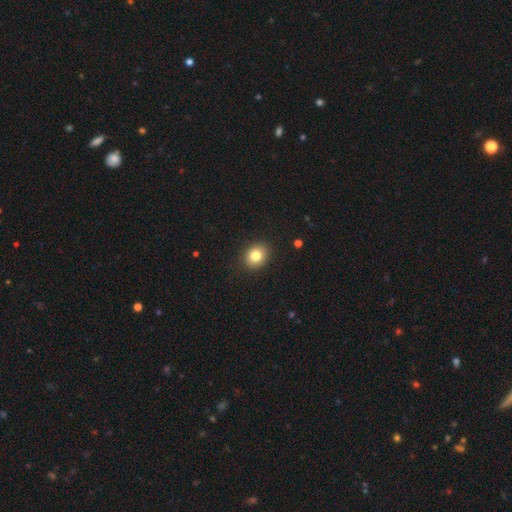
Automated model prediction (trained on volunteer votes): Smooth or featured? Predicted: smooth (p=0.81). How rounded? Predicted: round (p=0.64). Merging? Predicted: none (p=0.90).